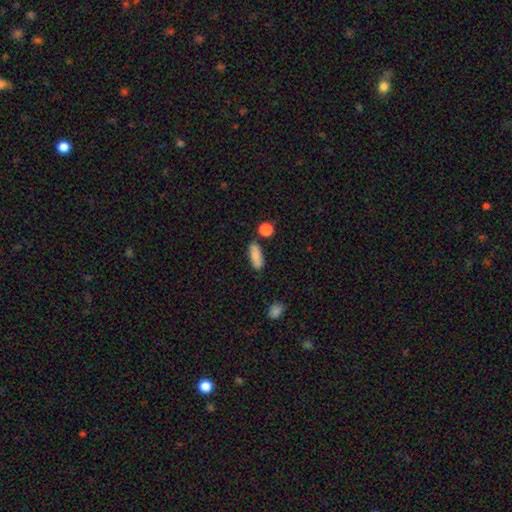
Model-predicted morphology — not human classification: smooth-or-featured: smooth: 87% | star or artifact: 7% | featured or disk: 6%
  how-rounded: in between: 67% | cigar-shaped: 29% | round: 3%
  merging: none: 81% | minor disturbance: 11% | merger: 5% | major disturbance: 3%